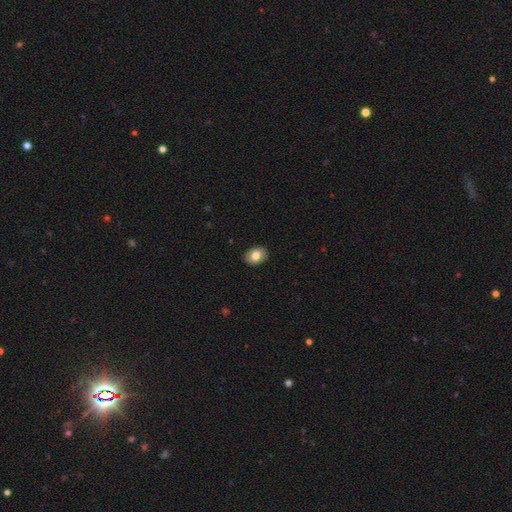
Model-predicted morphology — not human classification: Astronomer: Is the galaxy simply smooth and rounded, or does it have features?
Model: smooth — 77%.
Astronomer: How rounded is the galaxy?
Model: in between — 77%.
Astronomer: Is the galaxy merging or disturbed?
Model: none — 89%.